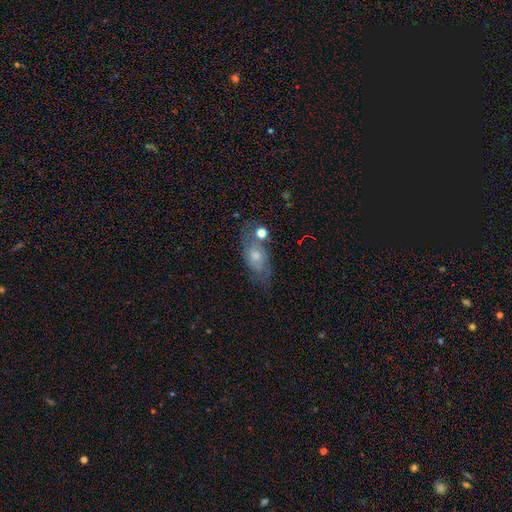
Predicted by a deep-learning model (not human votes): A featured or disk galaxy (54%). Merging: none (59%).